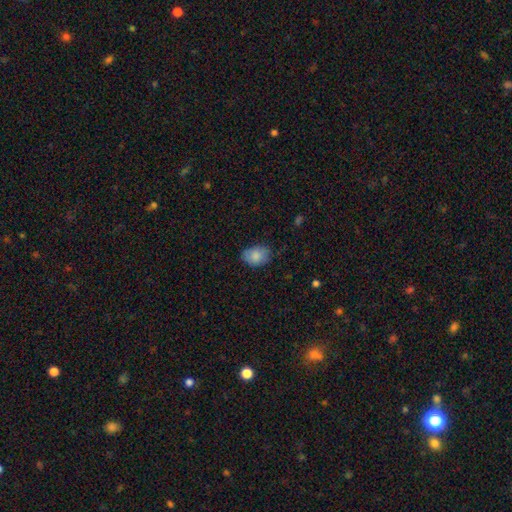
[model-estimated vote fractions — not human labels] Smooth or featured? smooth (85%)
How rounded? in between (74%)
Merging? none (72%)